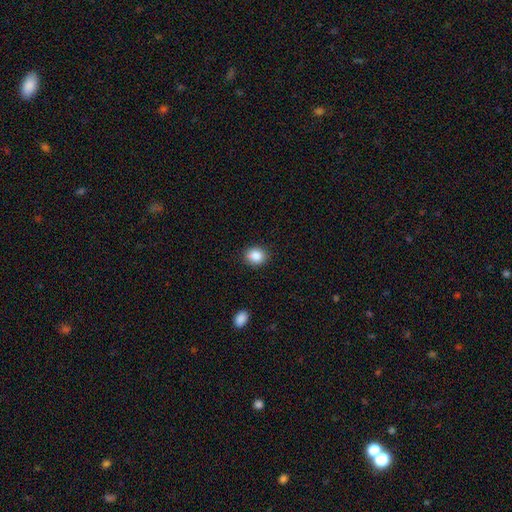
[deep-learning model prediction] The model was most divided on "how rounded": round: 70%, in between: 29%, cigar-shaped: 1%. More confident: smooth or featured — smooth (87%); merging — none (86%).